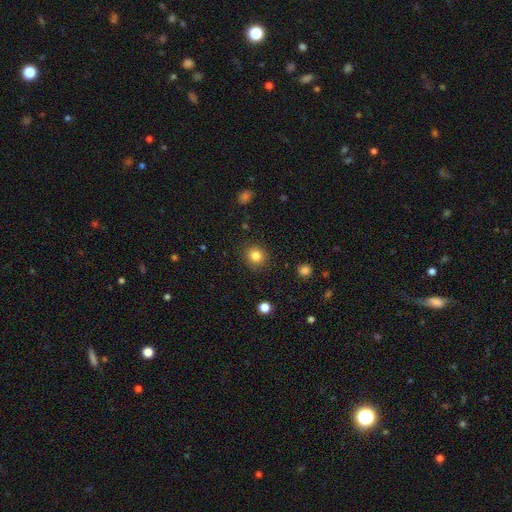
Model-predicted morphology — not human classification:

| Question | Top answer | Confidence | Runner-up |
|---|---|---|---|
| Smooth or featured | smooth | 83% | star or artifact (11%) |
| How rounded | round | 85% | in between (15%) |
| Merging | none | 87% | minor disturbance (9%) |